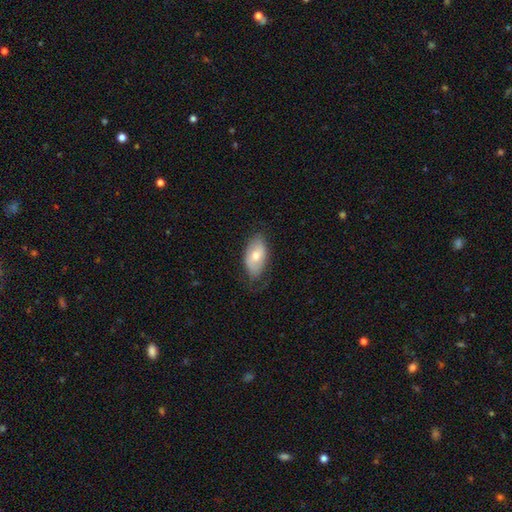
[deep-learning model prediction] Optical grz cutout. It shows a smooth galaxy with no disk features (67%) that is in between round and cigar-shaped (93%). Merging: none (64%).